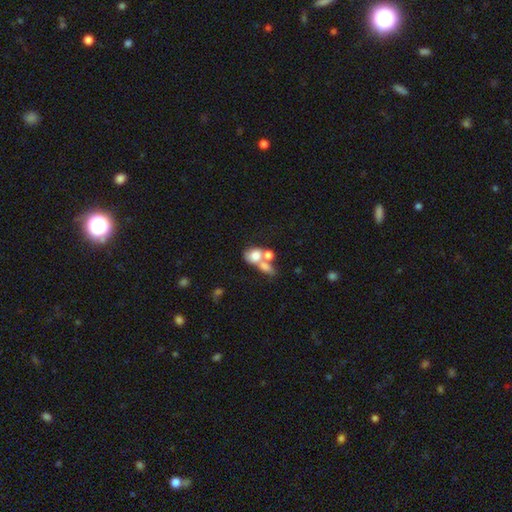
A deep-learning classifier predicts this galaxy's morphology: Smooth or featured? Predicted: smooth (p=0.69). How rounded? Predicted: in between (p=0.55). Merging? Predicted: merger (p=0.63).